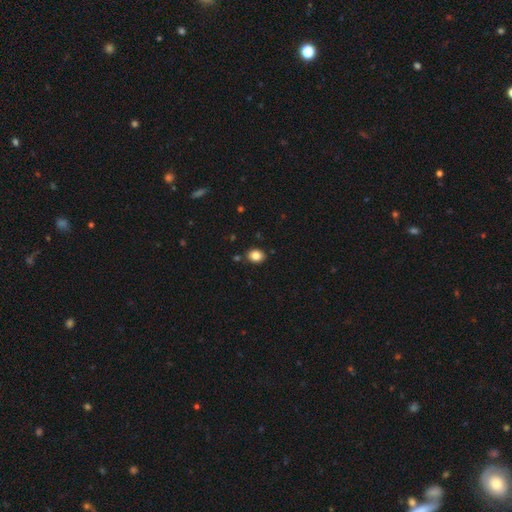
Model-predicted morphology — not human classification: Smooth or featured?
  - smooth: 84% *
  - star or artifact: 10%
  - featured or disk: 6%
How rounded?
  - in between: 53% *
  - round: 46%
  - cigar-shaped: 1%
Merging?
  - none: 86% *
  - minor disturbance: 9%
  - merger: 3%
  - major disturbance: 2%